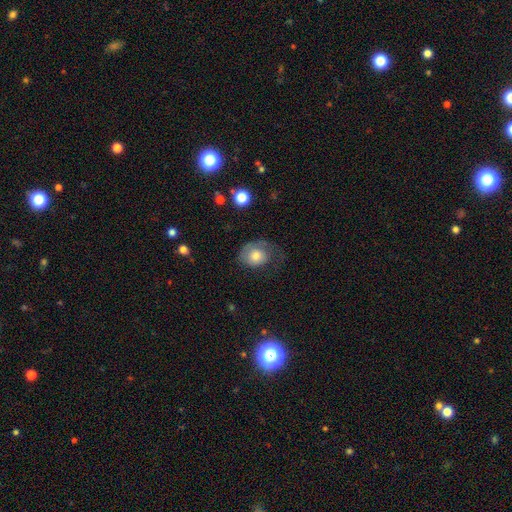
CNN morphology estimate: Smooth or featured?
  - smooth: 64% *
  - featured or disk: 28%
  - star or artifact: 8%
How rounded?
  - in between: 51% *
  - round: 48%
  - cigar-shaped: 1%
Merging?
  - none: 37% *
  - major disturbance: 35%
  - minor disturbance: 26%
  - merger: 2%